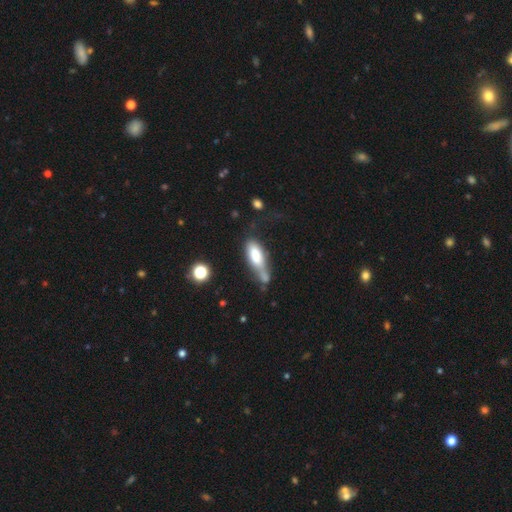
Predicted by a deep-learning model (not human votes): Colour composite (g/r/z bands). It shows a smooth galaxy with no disk features (69%) that is in between round and cigar-shaped (69%). Merging: merger (29%).